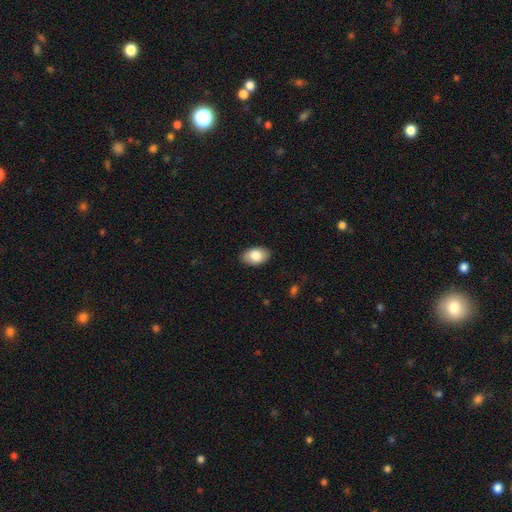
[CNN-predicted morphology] Overall: smooth (83%). How rounded: in between (92%). Merging: none (88%).